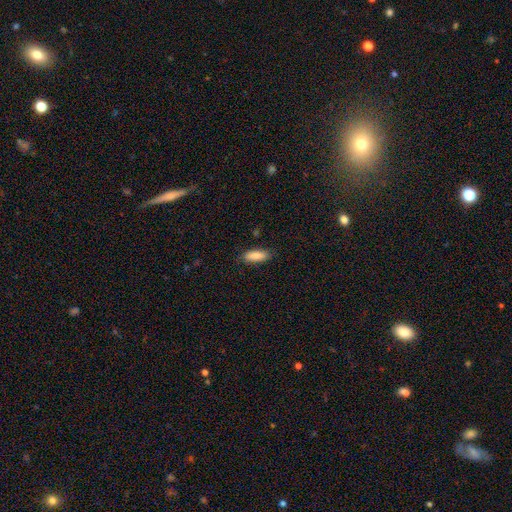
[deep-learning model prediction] smooth 85%, featured or disk 8%, star or artifact 6%. Down the decision tree: how rounded — in between (65%); merging — none (85%).